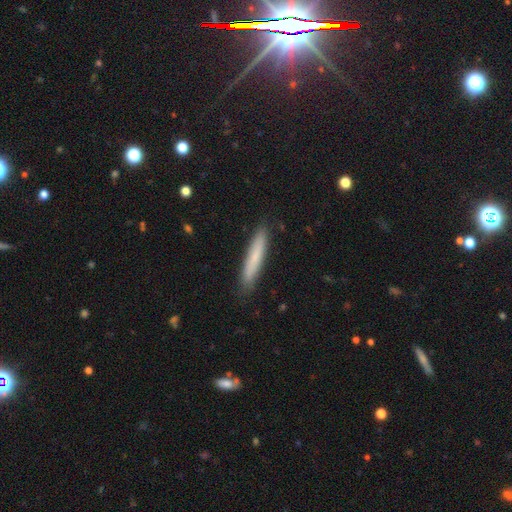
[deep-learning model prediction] A smooth galaxy with no disk features (71%) that is cigar-shaped (93%).

Vote fractions:
- Smooth or featured? smooth: 71% / featured or disk: 23% / star or artifact: 6%
- How rounded? cigar-shaped: 93% / in between: 6% / round: 1%
- Merging? none: 88% / minor disturbance: 9% / major disturbance: 2% / merger: 1%